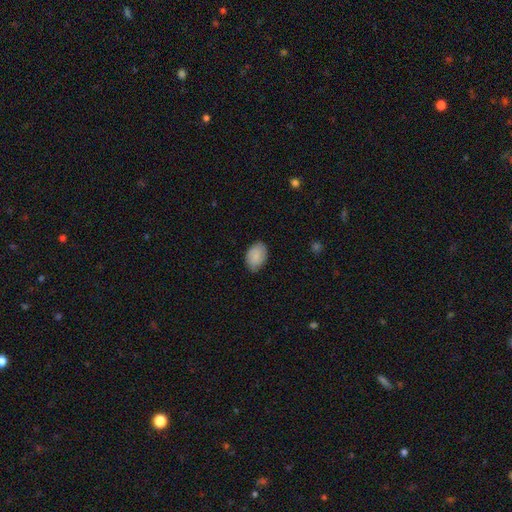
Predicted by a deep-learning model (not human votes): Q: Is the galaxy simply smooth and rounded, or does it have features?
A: smooth — 82%.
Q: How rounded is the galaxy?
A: in between — 85%.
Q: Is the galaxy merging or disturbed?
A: none — 77%.